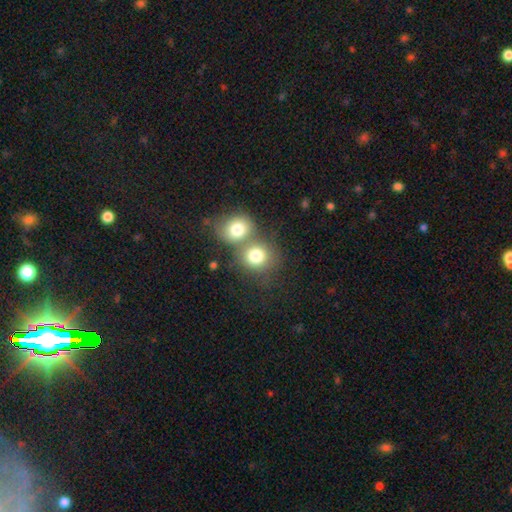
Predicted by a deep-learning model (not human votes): Smooth or featured? Predicted: smooth (p=0.78). How rounded? Predicted: round (p=0.79). Merging? Predicted: merger (p=0.55).